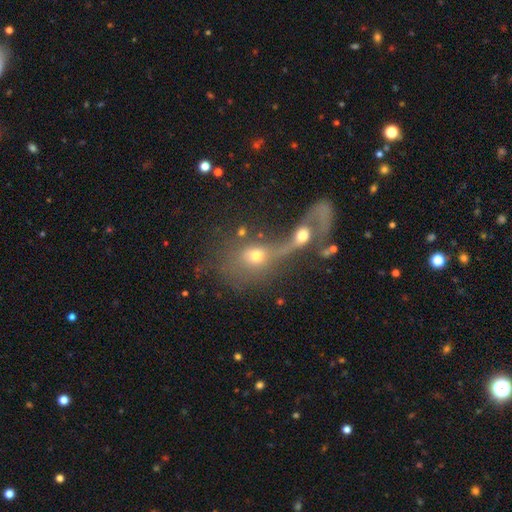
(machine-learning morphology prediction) A smooth galaxy with no disk features (57%) that is round (55%). Merging: merger (67%).